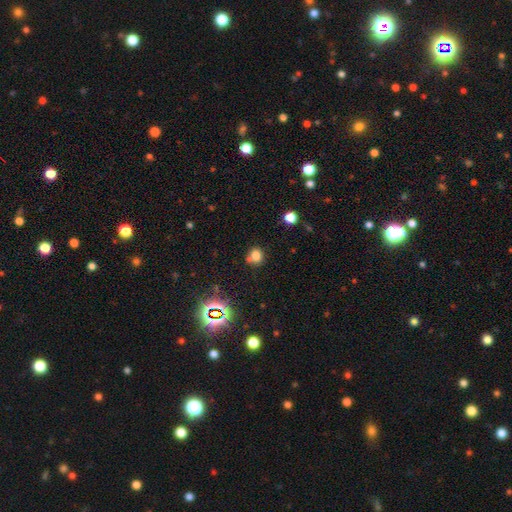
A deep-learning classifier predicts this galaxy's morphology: Smooth or featured? smooth (74%)
How rounded? round (77%)
Merging? none (64%)